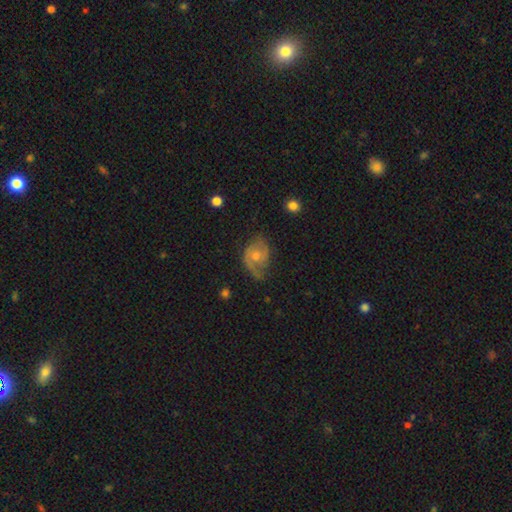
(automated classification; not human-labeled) Morphology: type=featured or disk (67%); edge-on=no (96%); bar=no (74%); spiral arms=yes (87%); winding=medium (41%); arm count=2 (54%); bulge=moderate (50%); merging=none (54%).